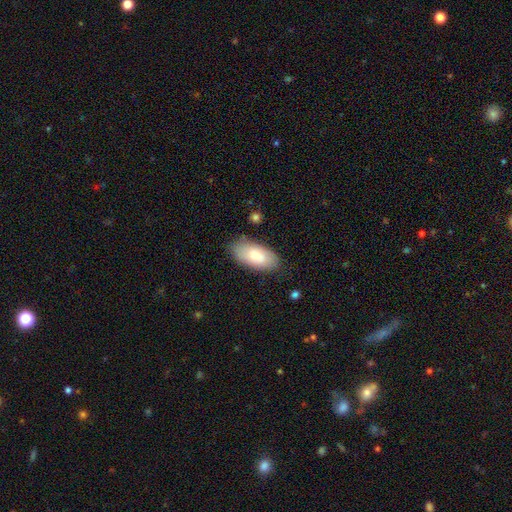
Q: Smooth or featured?
A: smooth (76%); runner-up: featured or disk (22%)
Q: How rounded?
A: in between (96%); runner-up: cigar-shaped (4%)
Q: Merging?
A: none (89%); runner-up: minor disturbance (8%)